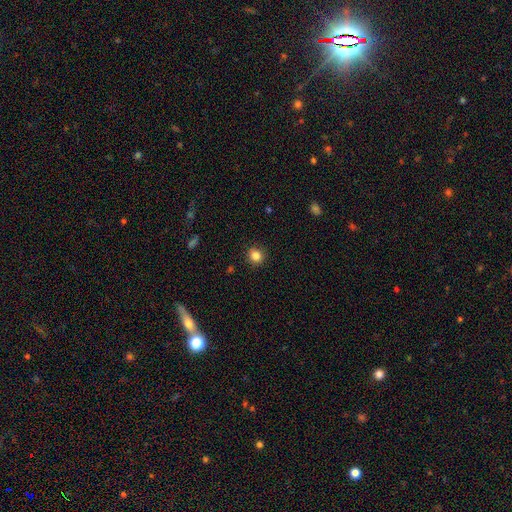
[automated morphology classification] Smooth or featured? Predicted: smooth (p=0.84). How rounded? Predicted: round (p=0.87). Merging? Predicted: none (p=0.91).